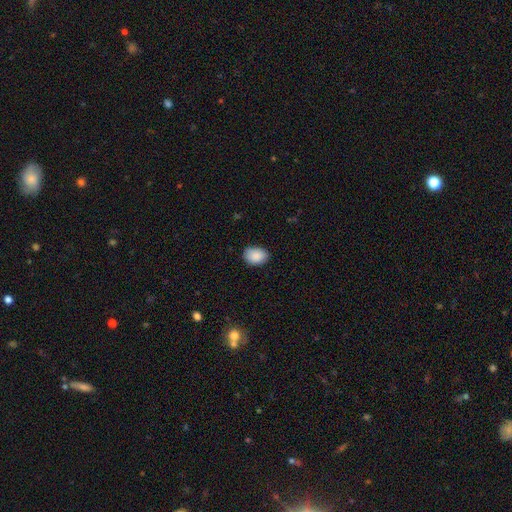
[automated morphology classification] type=smooth (89%); roundness=in between (77%); merging=none (79%).